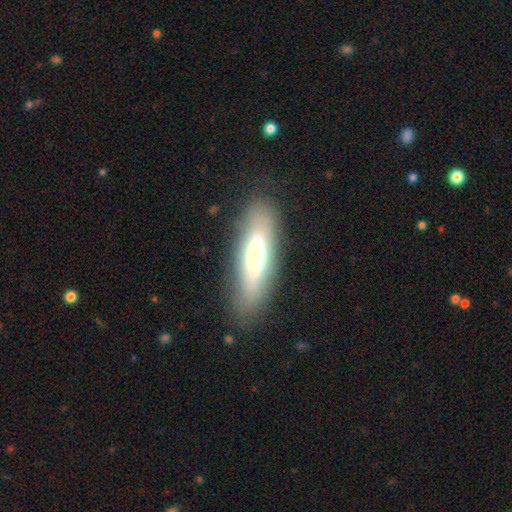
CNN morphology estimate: Overall: smooth (61%; featured or disk 32%). How rounded: cigar-shaped (49%, tied with in between). Merging: none (82%).